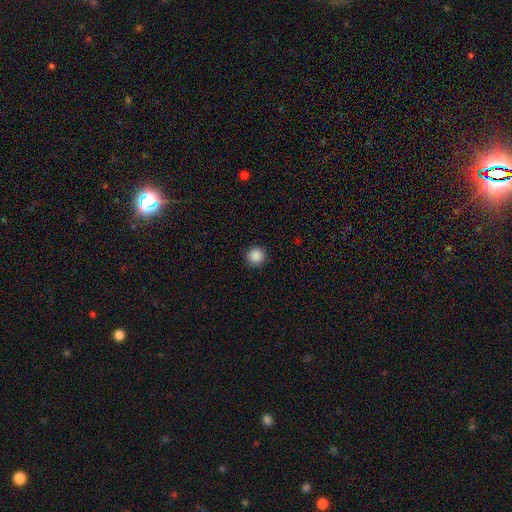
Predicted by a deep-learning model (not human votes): The model was most divided on "smooth or featured": smooth: 88%, star or artifact: 9%, featured or disk: 2%. More confident: how rounded — round (96%); merging — none (93%).